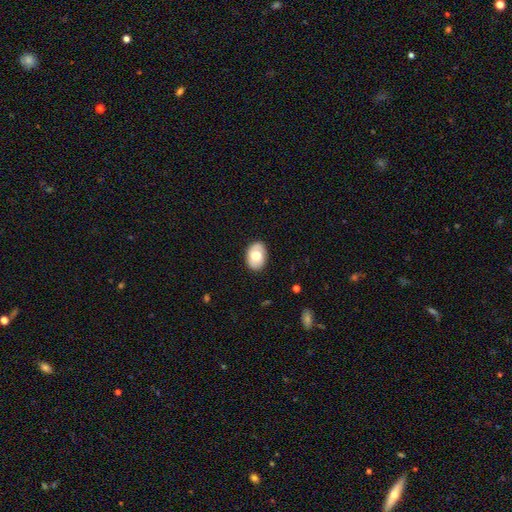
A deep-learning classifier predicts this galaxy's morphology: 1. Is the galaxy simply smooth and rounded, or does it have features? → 63% smooth, 30% featured or disk, 7% star or artifact.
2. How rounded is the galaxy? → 79% in between, 20% round, 1% cigar-shaped.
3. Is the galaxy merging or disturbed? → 84% none, 12% minor disturbance, 3% major disturbance, 1% merger.